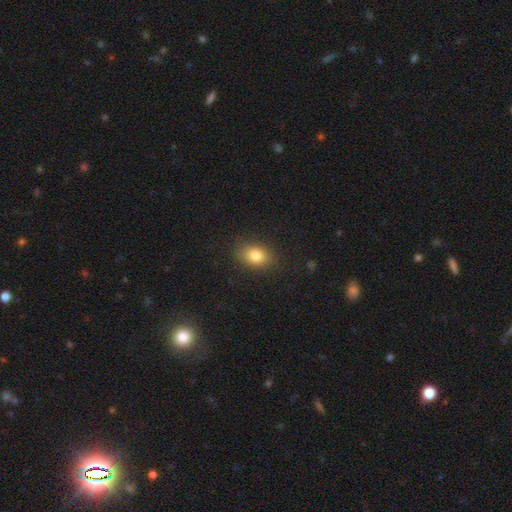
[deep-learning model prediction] smooth_or_featured: smooth (p=0.81) [alt: star or artifact p=0.10]
how_rounded: in between (p=0.73) [alt: round p=0.26]
merging: none (p=0.83) [alt: minor disturbance p=0.12]